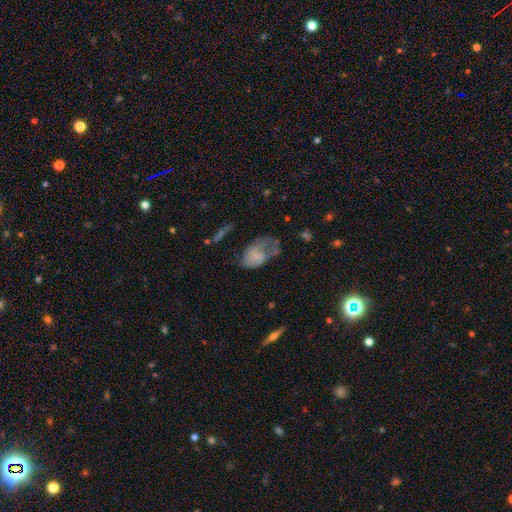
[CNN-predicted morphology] This appears to be a smooth galaxy with no disk features (56%) that is in between round and cigar-shaped (86%). Merging: major disturbance (51%).